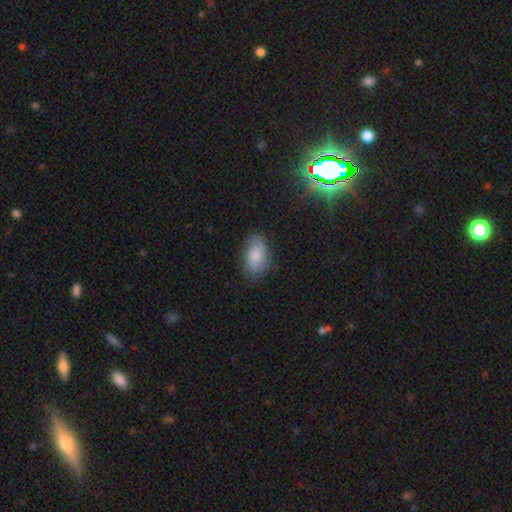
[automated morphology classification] smooth 72%, featured or disk 20%, star or artifact 8%. Down the decision tree: how rounded — in between (92%); merging — none (74%).